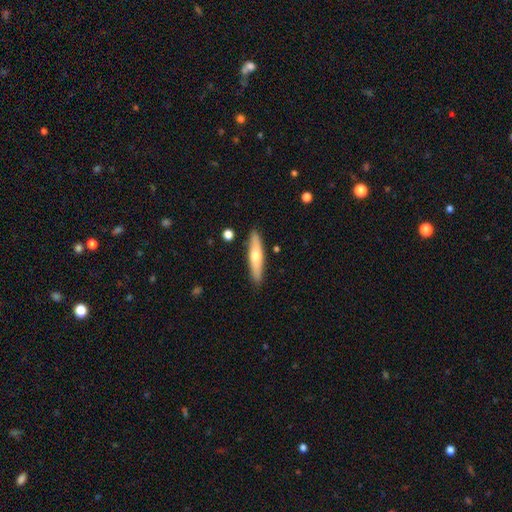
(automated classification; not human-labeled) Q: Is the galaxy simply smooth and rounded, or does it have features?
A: smooth — 54%.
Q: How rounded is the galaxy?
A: cigar-shaped — 83%.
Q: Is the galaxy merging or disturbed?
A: none — 87%.